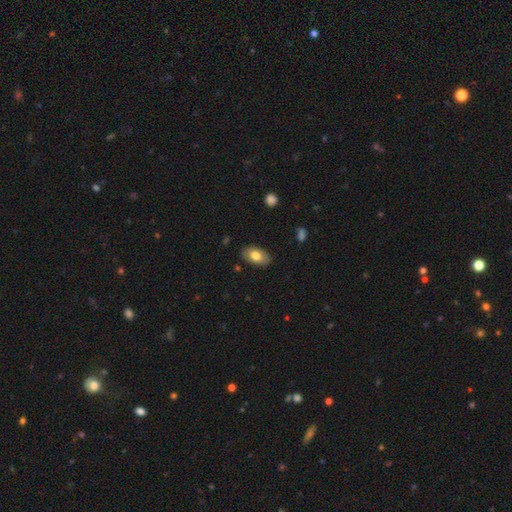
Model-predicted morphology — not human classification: A smooth galaxy with no disk features (73%) that is in between round and cigar-shaped (93%). Merging: none (86%).